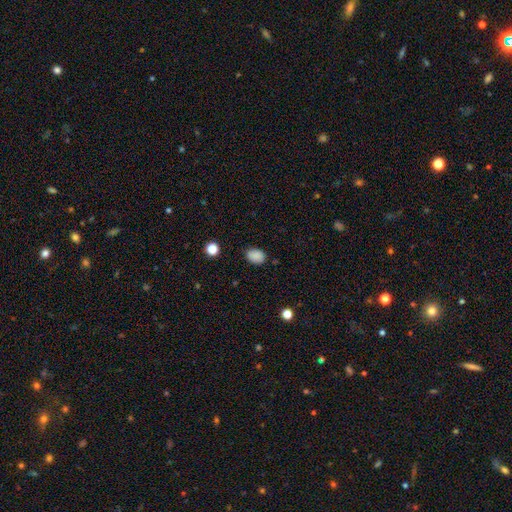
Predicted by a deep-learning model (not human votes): Smooth or featured? Predicted: smooth (p=0.87). How rounded? Predicted: in between (p=0.72). Merging? Predicted: none (p=0.82).